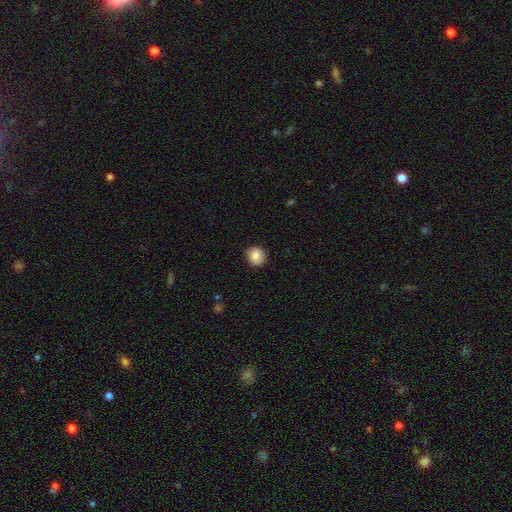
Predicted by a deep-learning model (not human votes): Q: Smooth or featured?
A: smooth (83%); runner-up: featured or disk (9%)
Q: How rounded?
A: round (81%); runner-up: in between (18%)
Q: Merging?
A: none (87%); runner-up: minor disturbance (10%)